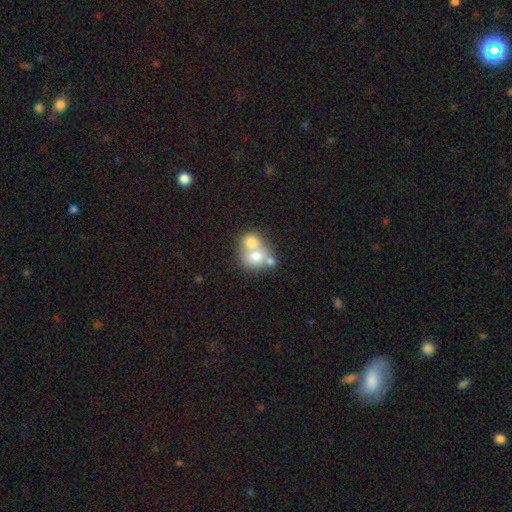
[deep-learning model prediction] Overall: smooth (67%). How rounded: round (70%). Merging: merger (67%).